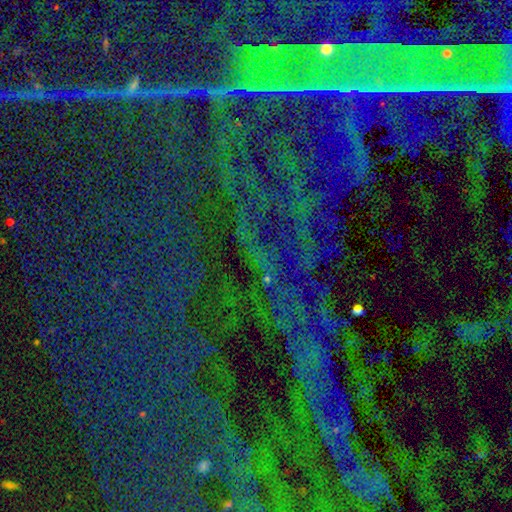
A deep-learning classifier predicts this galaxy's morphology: Smooth or featured?
  - star or artifact: 80% *
  - smooth: 11%
  - featured or disk: 9%